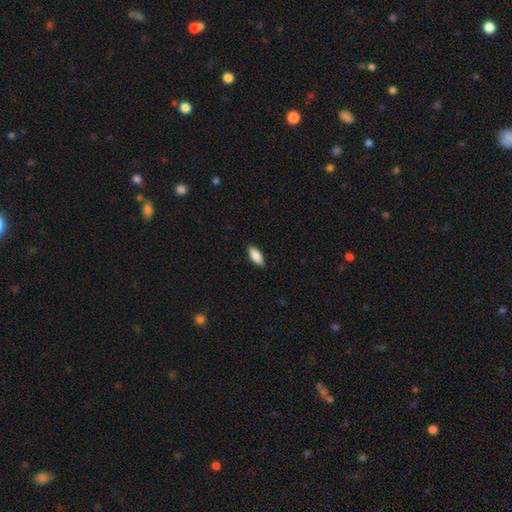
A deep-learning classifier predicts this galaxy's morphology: Smooth or featured?
  - smooth: 84% *
  - featured or disk: 10%
  - star or artifact: 6%
How rounded?
  - in between: 74% *
  - cigar-shaped: 24%
  - round: 2%
Merging?
  - none: 89% *
  - minor disturbance: 9%
  - major disturbance: 2%
  - merger: 1%